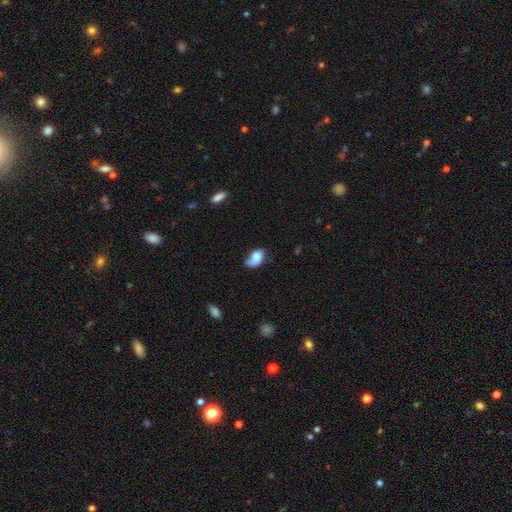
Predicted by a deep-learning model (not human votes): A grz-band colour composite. It shows a smooth galaxy with no disk features (62%) that is in between round and cigar-shaped (86%). Merging: none (39%).